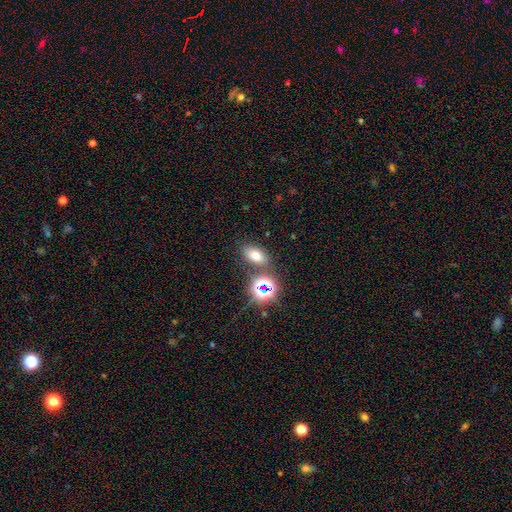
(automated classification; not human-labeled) The model was most divided on "smooth or featured": smooth: 65%, star or artifact: 25%, featured or disk: 10%. More confident: how rounded — in between (82%); merging — none (75%).